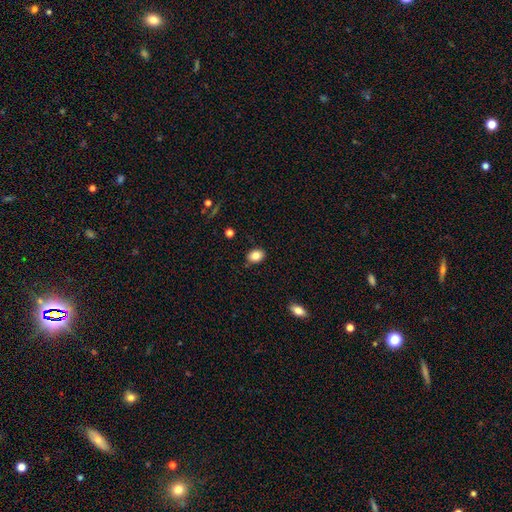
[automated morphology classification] smooth-or-featured: smooth: 83% | star or artifact: 9% | featured or disk: 8%
  how-rounded: in between: 68% | round: 31% | cigar-shaped: 1%
  merging: none: 85% | minor disturbance: 11% | major disturbance: 2% | merger: 2%